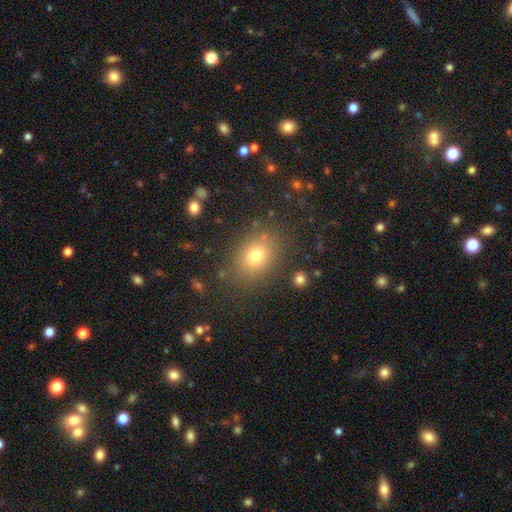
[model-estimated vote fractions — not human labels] This appears to be a smooth galaxy with no disk features (72%) that is in between round and cigar-shaped (60%). Merging: none (85%).